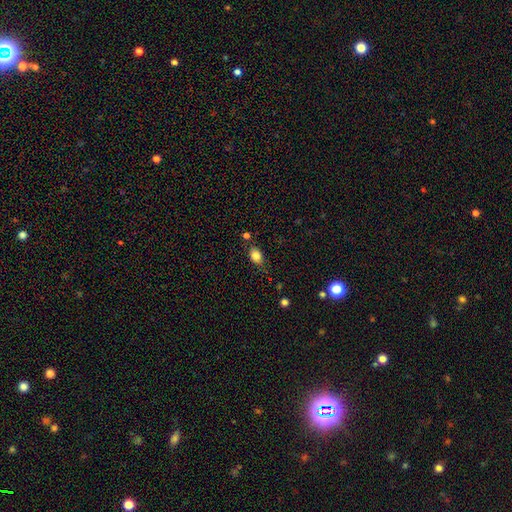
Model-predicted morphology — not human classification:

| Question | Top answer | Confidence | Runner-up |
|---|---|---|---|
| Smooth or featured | smooth | 83% | star or artifact (10%) |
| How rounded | in between | 74% | round (24%) |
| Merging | none | 71% | minor disturbance (20%) |